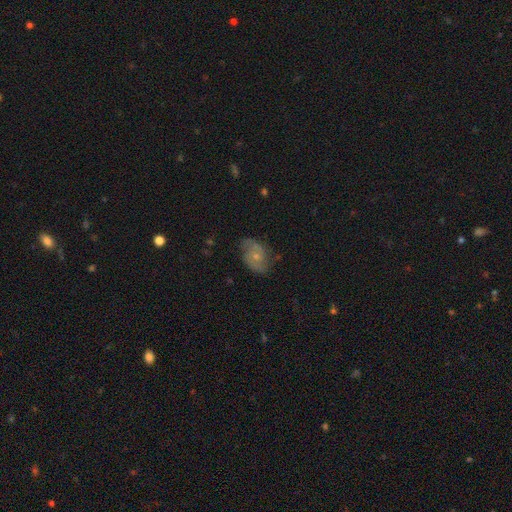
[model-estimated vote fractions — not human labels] A featured or disk galaxy (73%) with no bar (71%), 2 (83%) medium (48%) spiral arms (91%) and a small central bulge (64%).

Vote fractions:
- Smooth or featured? featured or disk: 73% / smooth: 19% / star or artifact: 7%
- Edge-on disk? no: 97% / yes: 3%
- Bar? no: 71% / weak: 25% / strong: 4%
- Spiral arms? yes: 91% / no: 9%
- Spiral winding? medium: 48% / loose: 27% / tight: 26%
- Spiral arm count? 2: 83% / can't tell: 9% / 3: 3% / 1: 2% / 4: 1% / more than 4: 1%
- Bulge size? small: 64% / moderate: 30% / none: 3% / large: 1% / dominant: 1%
- Merging? none: 71% / minor disturbance: 20% / major disturbance: 7% / merger: 1%